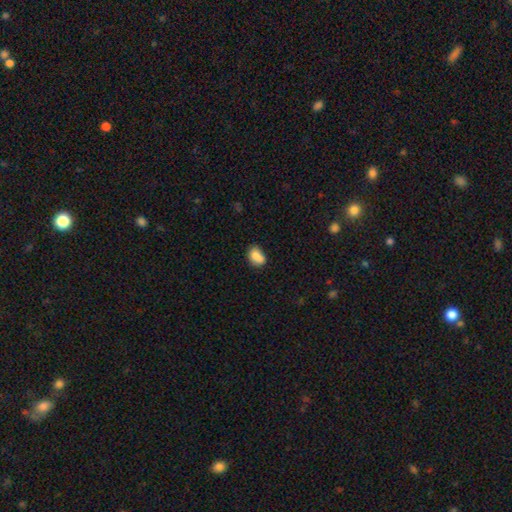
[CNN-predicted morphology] smooth-or-featured: smooth: 80% | featured or disk: 11% | star or artifact: 9%
  how-rounded: in between: 70% | round: 28% | cigar-shaped: 1%
  merging: none: 48% | minor disturbance: 26% | merger: 20% | major disturbance: 7%